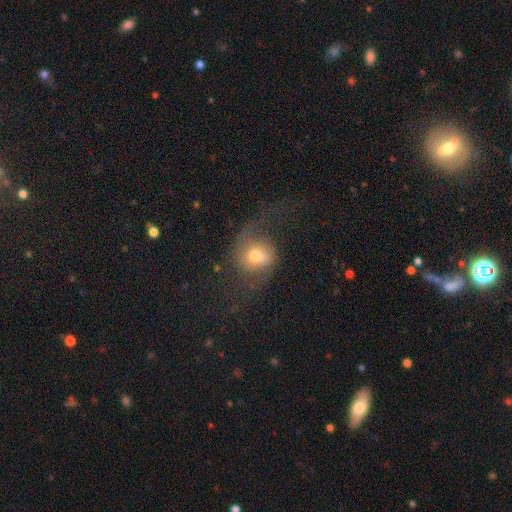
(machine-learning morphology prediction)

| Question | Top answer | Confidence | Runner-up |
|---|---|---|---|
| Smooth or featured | smooth | 49% | featured or disk (41%) |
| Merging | major disturbance | 41% | none (38%) |